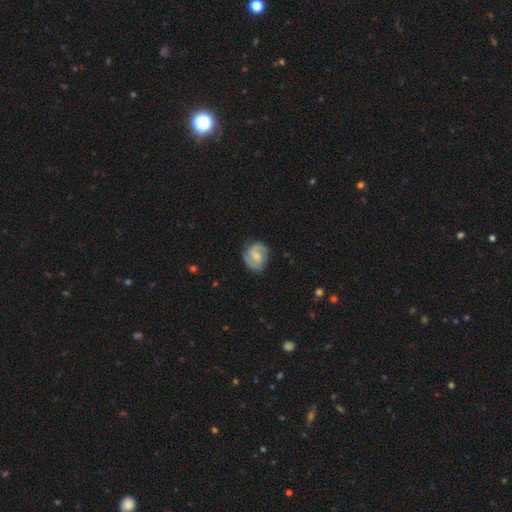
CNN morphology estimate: A featured or disk galaxy (74%) with a weak bar (52%), 2 (86%) medium (50%) spiral arms (94%) and a small central bulge (42%).

Vote fractions:
- Smooth or featured? featured or disk: 74% / smooth: 20% / star or artifact: 6%
- Edge-on disk? no: 98% / yes: 2%
- Bar? weak: 52% / no: 33% / strong: 14%
- Spiral arms? yes: 94% / no: 6%
- Spiral winding? medium: 50% / tight: 31% / loose: 20%
- Spiral arm count? 2: 86% / can't tell: 7% / 1: 3% / 3: 2% / 4: 1% / more than 4: 1%
- Bulge size? small: 42% / moderate: 34% / none: 20% / large: 3% / dominant: 1%
- Merging? none: 75% / minor disturbance: 18% / major disturbance: 6% / merger: 1%